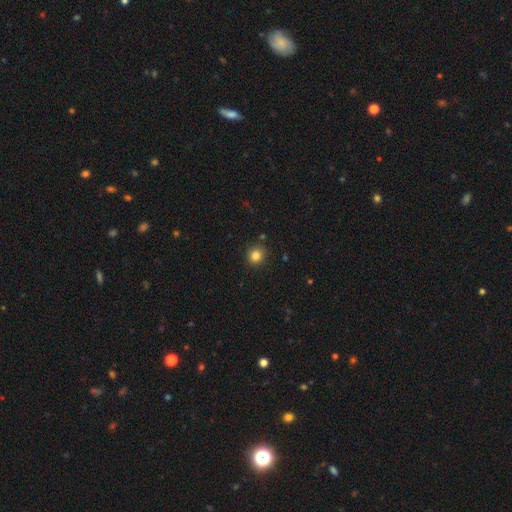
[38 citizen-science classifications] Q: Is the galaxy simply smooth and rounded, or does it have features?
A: smooth — 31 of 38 (82%).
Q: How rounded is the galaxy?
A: round — 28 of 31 (90%).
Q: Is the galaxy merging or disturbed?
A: none — 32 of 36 (89%).